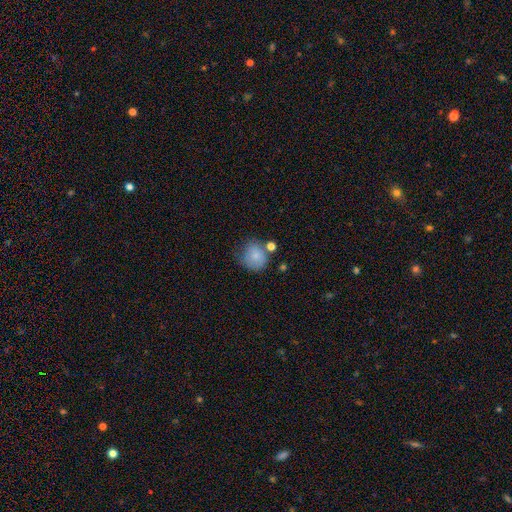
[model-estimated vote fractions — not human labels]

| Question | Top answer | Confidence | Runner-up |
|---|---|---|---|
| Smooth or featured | smooth | 80% | featured or disk (12%) |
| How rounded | round | 79% | in between (20%) |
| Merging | none | 55% | minor disturbance (24%) |